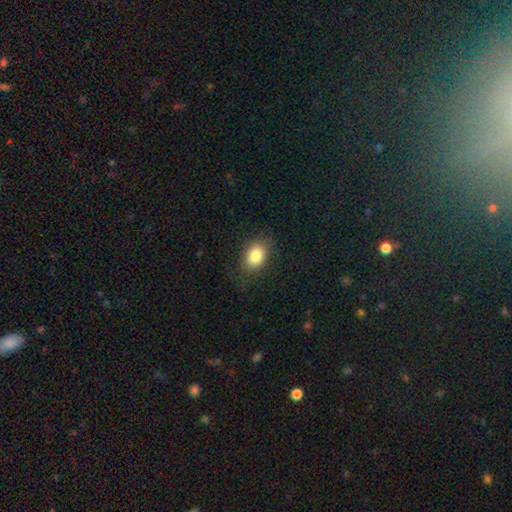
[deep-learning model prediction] Smooth or featured?
  - smooth: 84% *
  - star or artifact: 9%
  - featured or disk: 7%
How rounded?
  - in between: 75% *
  - round: 24%
  - cigar-shaped: 1%
Merging?
  - none: 80% *
  - minor disturbance: 14%
  - major disturbance: 5%
  - merger: 1%